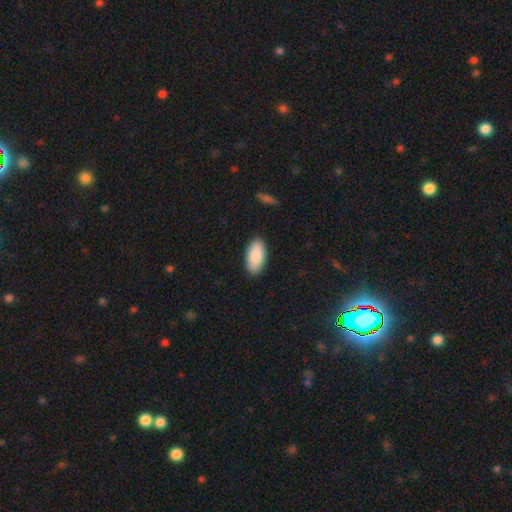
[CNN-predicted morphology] The model was most divided on "merging": none: 89%, minor disturbance: 8%, major disturbance: 2%, merger: 1%. More confident: how rounded — in between (94%); smooth or featured — smooth (89%).